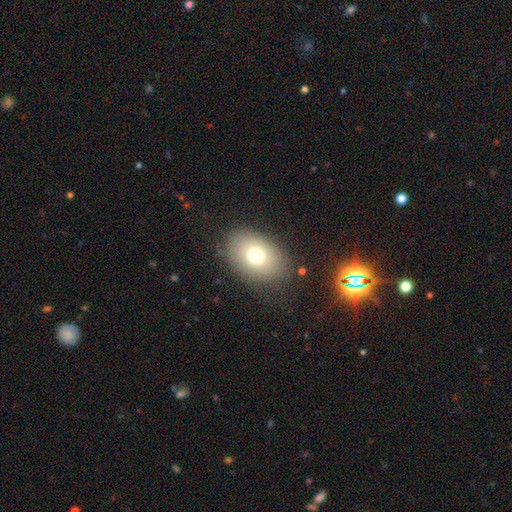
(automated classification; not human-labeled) smooth-or-featured: smooth: 74% | featured or disk: 15% | star or artifact: 10%
  how-rounded: in between: 81% | round: 18% | cigar-shaped: 1%
  merging: none: 81% | minor disturbance: 13% | major disturbance: 5% | merger: 2%